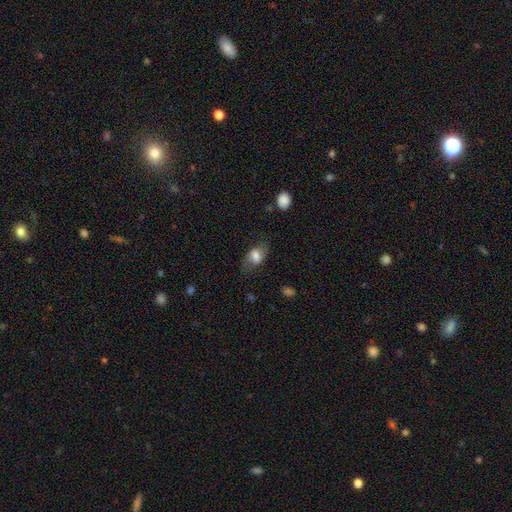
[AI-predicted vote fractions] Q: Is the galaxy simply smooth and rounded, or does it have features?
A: smooth — 69%.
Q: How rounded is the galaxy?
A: in between — 82%.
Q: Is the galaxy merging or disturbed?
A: none — 68%.